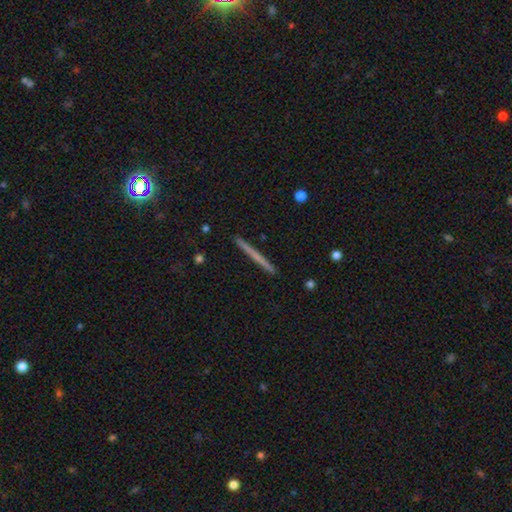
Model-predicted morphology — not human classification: This appears to be a featured or disk galaxy (47%). Merging: none (92%).